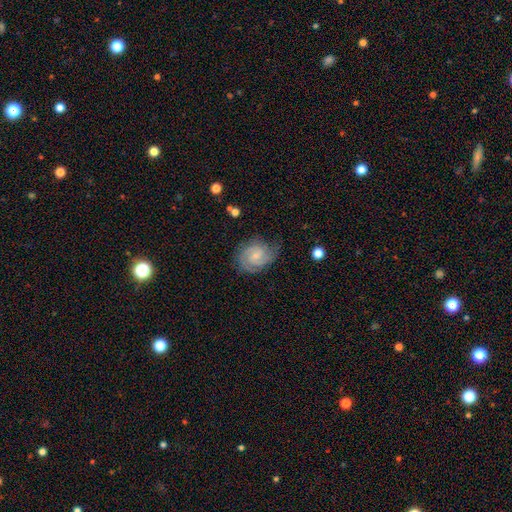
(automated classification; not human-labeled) Morphology: type=featured or disk (83%); edge-on=no (98%); bar=weak (48%); spiral arms=yes (97%); winding=tight (54%); arm count=2 (51%); bulge=small (67%); merging=none (70%).